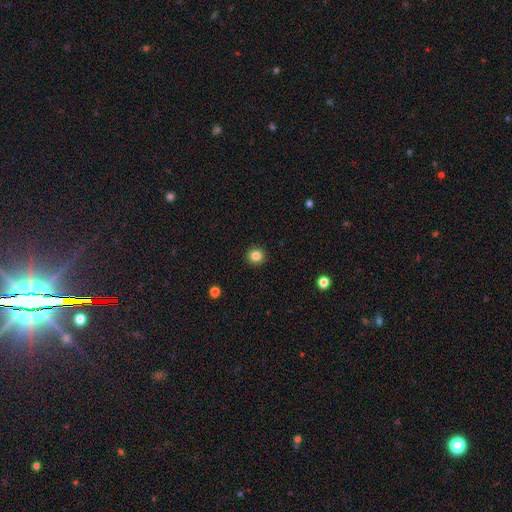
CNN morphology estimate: Overall: smooth (84%). How rounded: round (93%). Merging: none (93%).